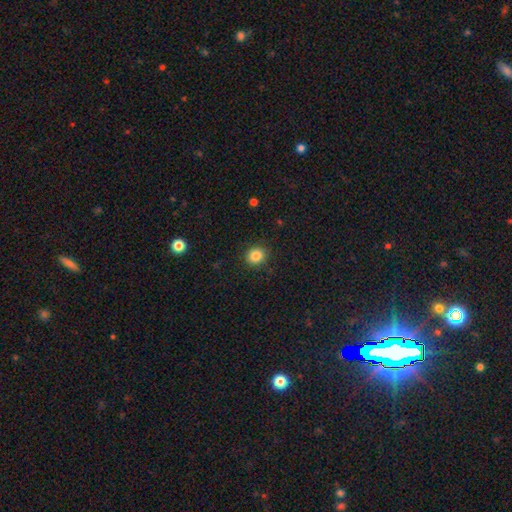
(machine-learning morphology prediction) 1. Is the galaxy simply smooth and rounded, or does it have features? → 85% smooth, 11% star or artifact, 5% featured or disk.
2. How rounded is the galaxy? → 82% round, 17% in between, 1% cigar-shaped.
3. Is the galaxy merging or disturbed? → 88% none, 8% minor disturbance, 2% major disturbance, 1% merger.